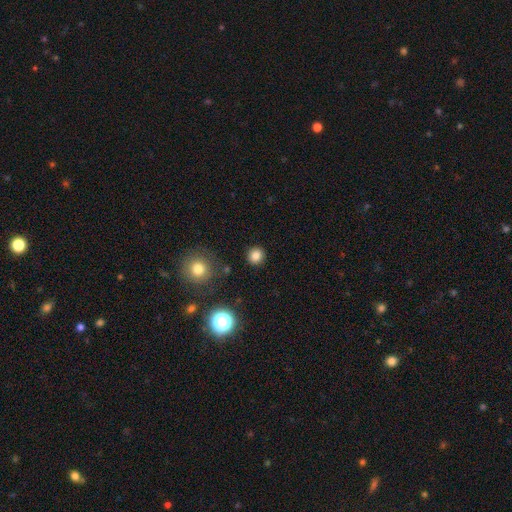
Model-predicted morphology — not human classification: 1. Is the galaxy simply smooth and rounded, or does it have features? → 81% smooth, 14% star or artifact, 5% featured or disk.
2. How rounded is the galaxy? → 91% round, 8% in between, 1% cigar-shaped.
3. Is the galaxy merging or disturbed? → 90% none, 6% minor disturbance, 2% major disturbance, 2% merger.